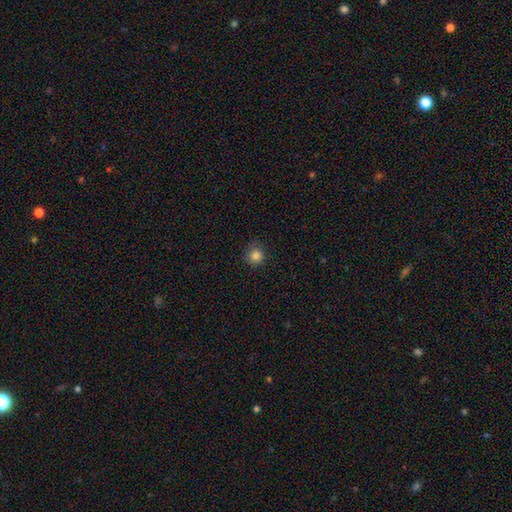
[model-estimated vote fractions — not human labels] The model was most divided on "smooth or featured": smooth: 84%, star or artifact: 12%, featured or disk: 4%. More confident: how rounded — round (93%); merging — none (84%).